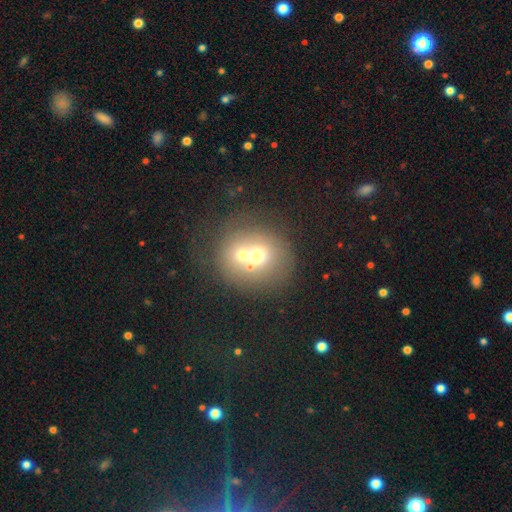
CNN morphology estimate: Smooth or featured? smooth (55%)
How rounded? round (84%)
Merging? merger (55%)